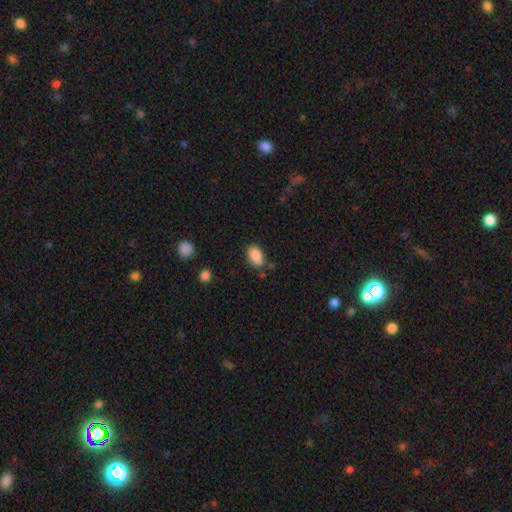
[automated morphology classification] Smooth or featured? Predicted: smooth (p=0.88). How rounded? Predicted: in between (p=0.92). Merging? Predicted: none (p=0.75).